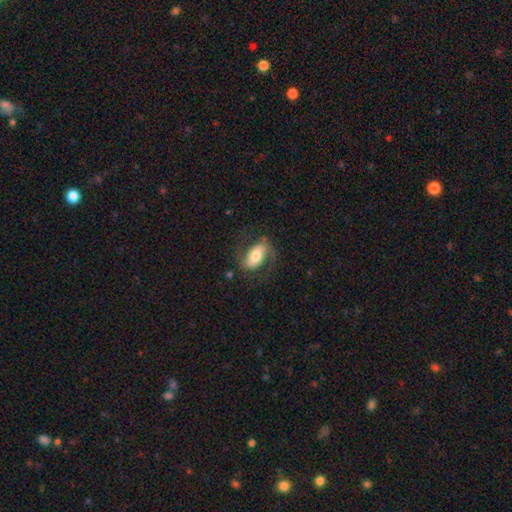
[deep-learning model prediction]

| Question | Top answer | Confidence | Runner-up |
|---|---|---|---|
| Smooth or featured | featured or disk | 57% | smooth (36%) |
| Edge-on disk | no | 92% | yes (8%) |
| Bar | strong | 40% | no (30%) |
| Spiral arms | yes | 82% | no (18%) |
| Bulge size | moderate | 55% | large (23%) |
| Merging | none | 64% | minor disturbance (18%) |